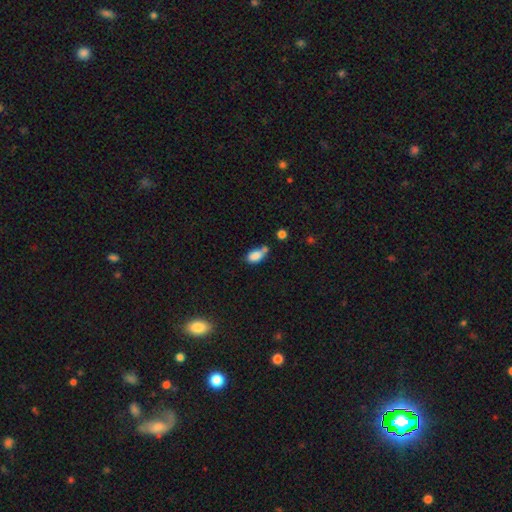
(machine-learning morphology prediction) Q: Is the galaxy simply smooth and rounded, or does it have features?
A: smooth — 83%.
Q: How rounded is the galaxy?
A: in between — 88%.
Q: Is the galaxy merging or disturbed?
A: none — 36%.